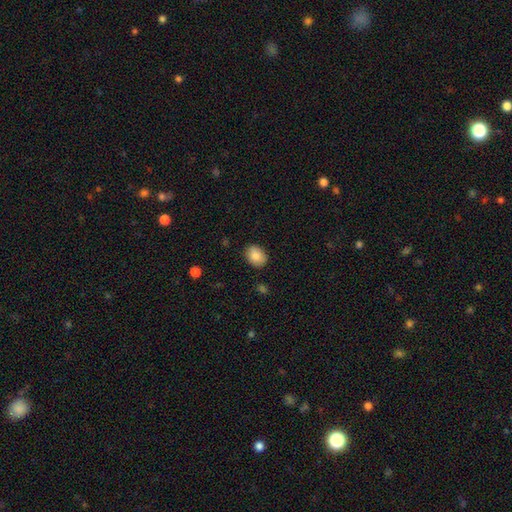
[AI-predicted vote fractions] Overall: smooth (86%). How rounded: in between (63%; round 36%). Merging: none (87%).